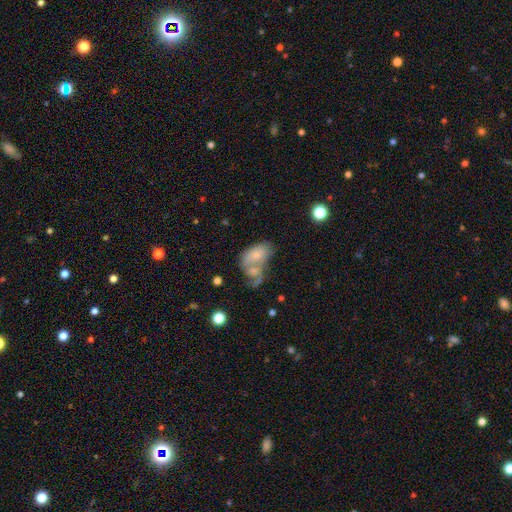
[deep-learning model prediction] Overall: smooth (70%). How rounded: in between (90%). Merging: merger (62%).